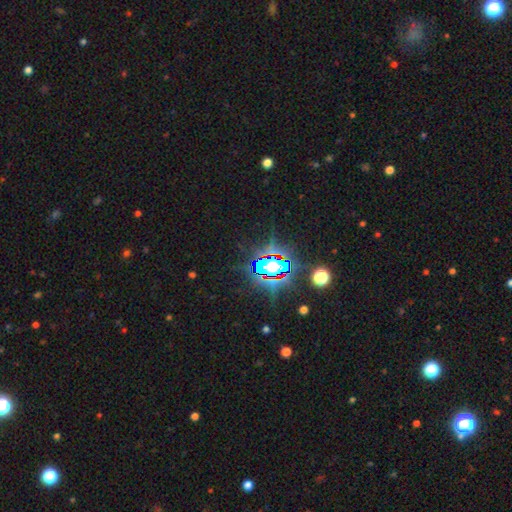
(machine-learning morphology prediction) This appears to be a star or artifact, not a galaxy (82%).